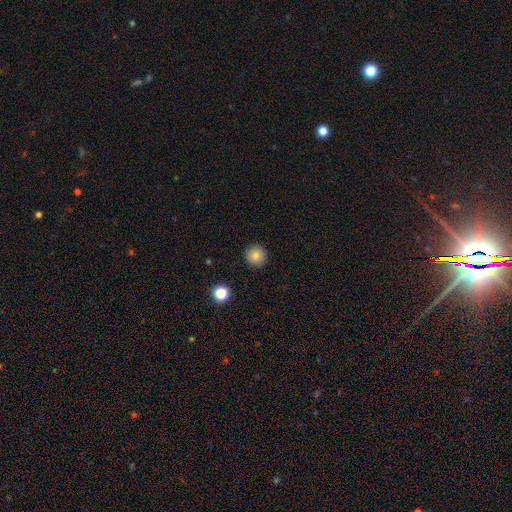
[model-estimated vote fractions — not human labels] This appears to be a smooth galaxy with no disk features (81%) that is round (96%). Merging: none (91%).